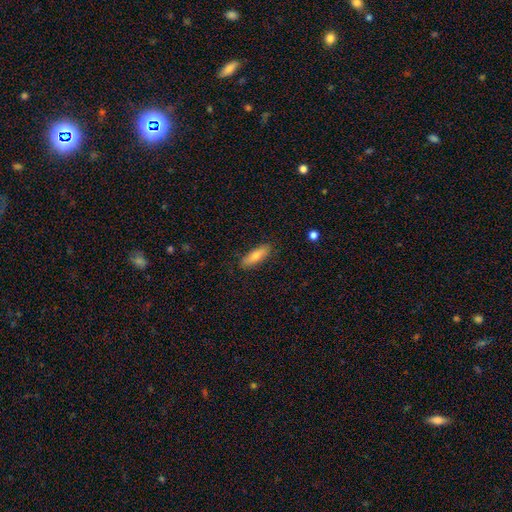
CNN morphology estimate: Overall: smooth (74%). How rounded: in between (51%; cigar-shaped 46%). Merging: none (86%).